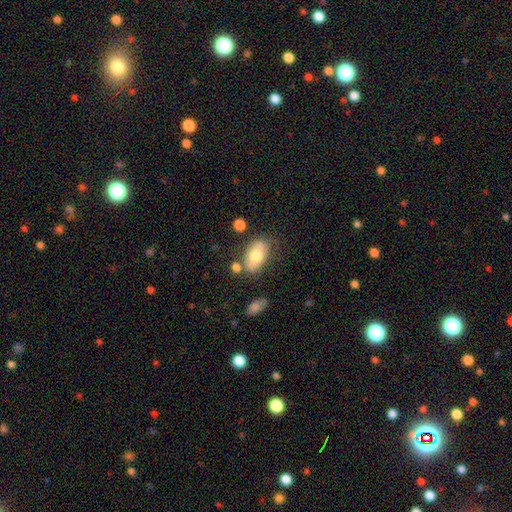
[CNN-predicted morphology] Smooth or featured? Predicted: smooth (p=0.69). How rounded? Predicted: in between (p=0.92). Merging? Predicted: none (p=0.66).